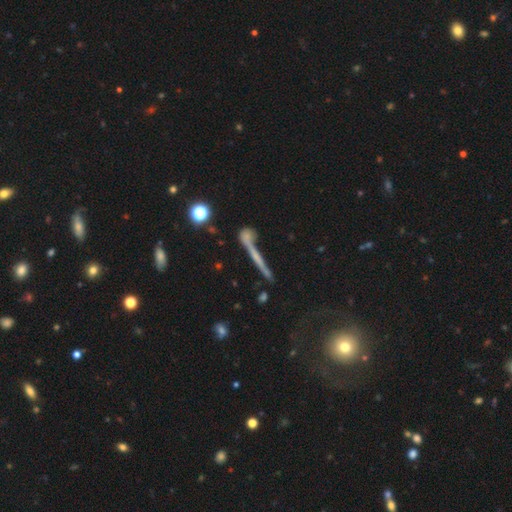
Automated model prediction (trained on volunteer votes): Q: Smooth or featured?
A: featured or disk (50%); runner-up: smooth (35%)
Q: Merging?
A: none (51%); runner-up: merger (21%)